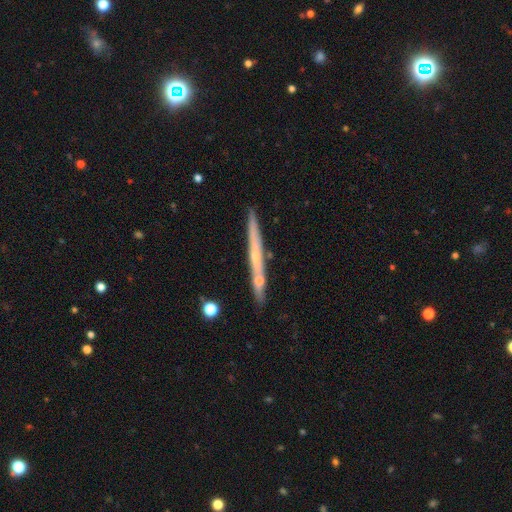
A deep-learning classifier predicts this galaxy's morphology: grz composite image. It shows a featured or disk galaxy (58%) viewed edge-on (96%) with no central bulge (63%). Merging: none (83%).